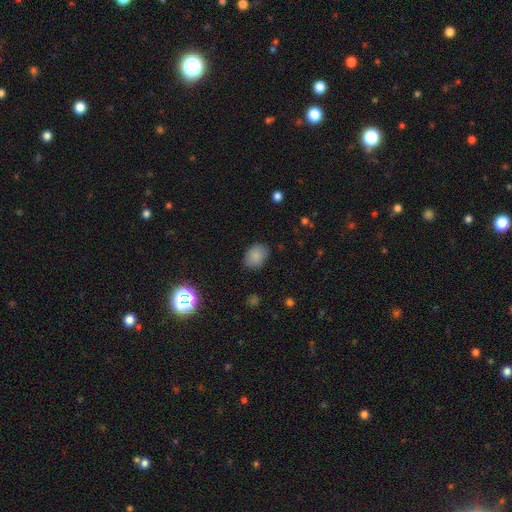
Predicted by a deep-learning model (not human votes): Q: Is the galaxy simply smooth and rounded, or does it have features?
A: smooth — 85%.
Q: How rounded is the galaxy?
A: in between — 72%.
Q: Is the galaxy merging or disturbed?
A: none — 85%.